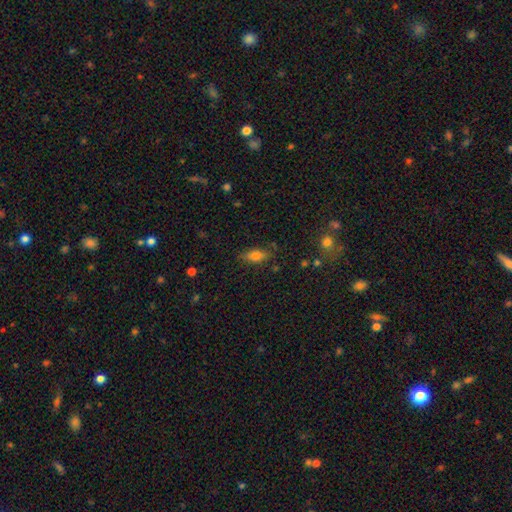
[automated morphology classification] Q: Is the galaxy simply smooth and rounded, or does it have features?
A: smooth — 71%.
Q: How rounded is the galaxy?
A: in between — 75%.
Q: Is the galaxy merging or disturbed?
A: none — 79%.